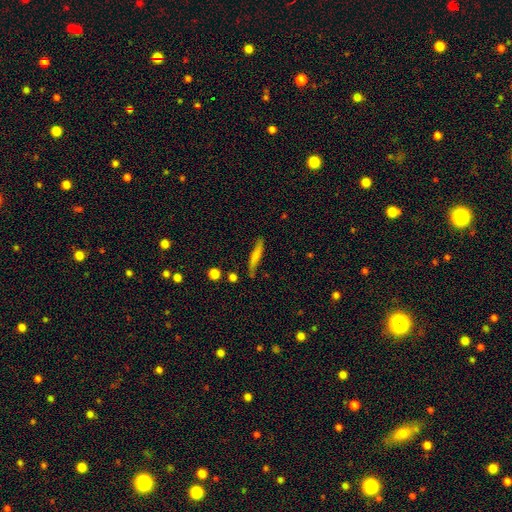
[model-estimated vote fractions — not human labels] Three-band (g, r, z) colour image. It shows a smooth galaxy with no disk features (68%) that is cigar-shaped (89%). Merging: none (75%).